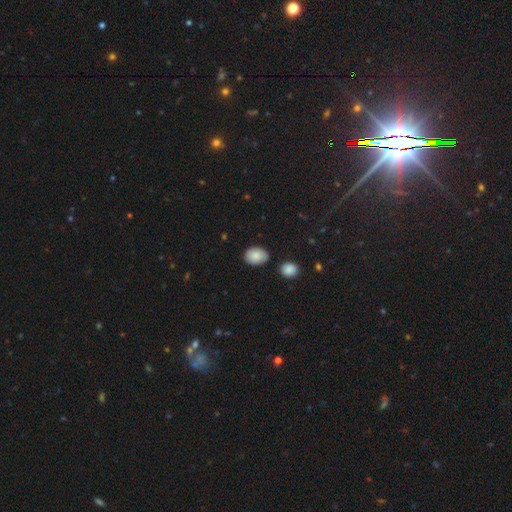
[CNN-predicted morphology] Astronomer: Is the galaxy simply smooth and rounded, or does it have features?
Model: smooth — 84%.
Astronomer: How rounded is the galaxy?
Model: in between — 71%.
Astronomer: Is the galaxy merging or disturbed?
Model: none — 75%.